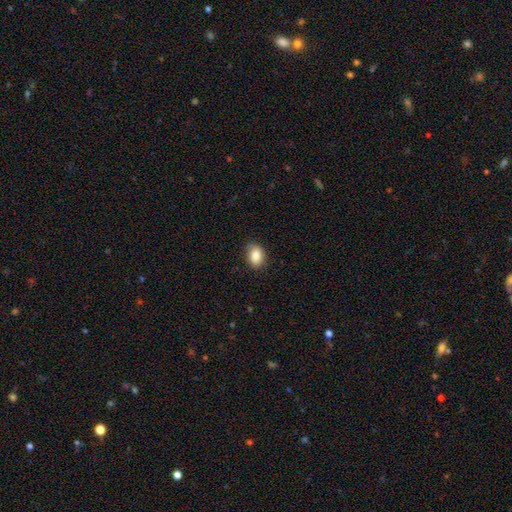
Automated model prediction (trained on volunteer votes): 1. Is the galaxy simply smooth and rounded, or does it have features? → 85% smooth, 8% star or artifact, 7% featured or disk.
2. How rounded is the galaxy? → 76% in between, 22% round, 1% cigar-shaped.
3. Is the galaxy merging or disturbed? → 85% none, 12% minor disturbance, 2% major disturbance, 1% merger.